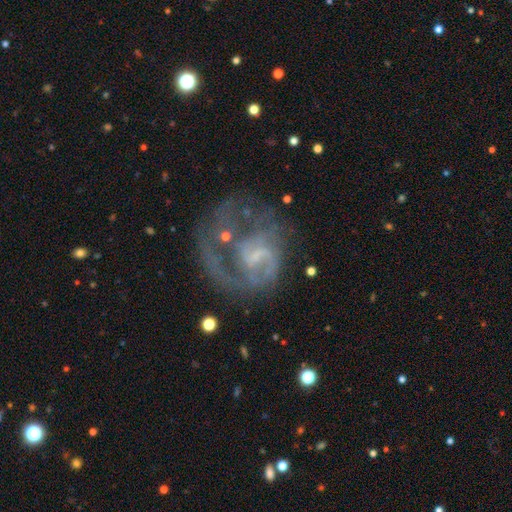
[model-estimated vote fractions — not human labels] Smooth or featured: featured or disk — 79% (smooth — 12%)
Edge-on disk: no — 98% (yes — 2%)
Bar: weak — 46% (no — 43%)
Spiral arms: yes — 82% (no — 18%)
Spiral winding: medium — 40% (loose — 38%)
Spiral arm count: 1 — 60% (2 — 20%)
Bulge size: none — 41% (small — 38%)
Merging: major disturbance — 44% (none — 34%)